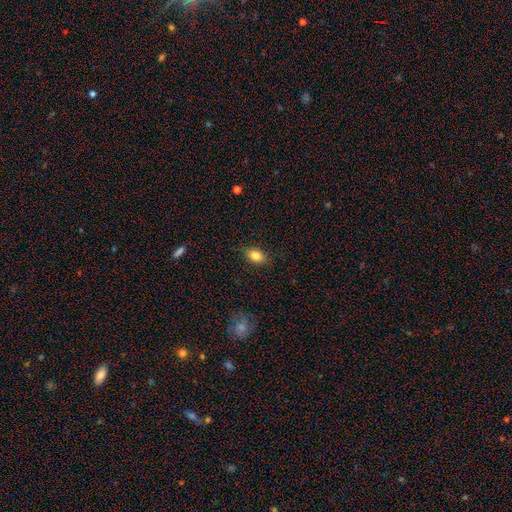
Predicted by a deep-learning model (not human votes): Overall: smooth (83%). How rounded: in between (82%). Merging: none (86%).